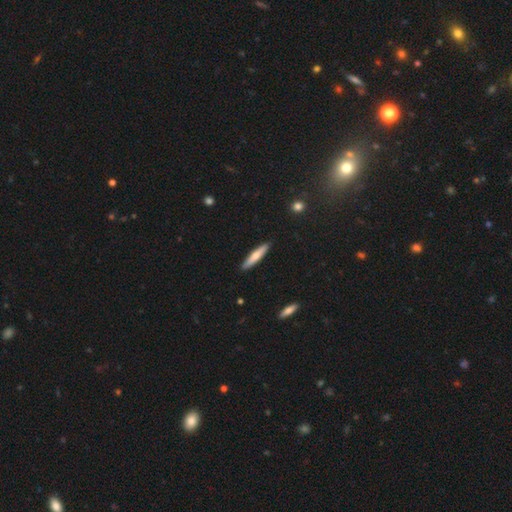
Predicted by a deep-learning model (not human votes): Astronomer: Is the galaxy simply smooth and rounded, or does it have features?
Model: smooth — 64%.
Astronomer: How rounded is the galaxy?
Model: cigar-shaped — 87%.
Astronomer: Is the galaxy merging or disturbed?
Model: none — 90%.